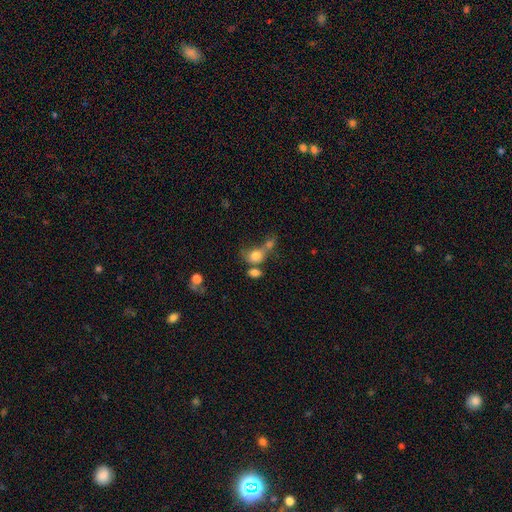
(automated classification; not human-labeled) smooth_or_featured: smooth (p=0.77) [alt: featured or disk p=0.12]
how_rounded: in between (p=0.57) [alt: round p=0.41]
merging: merger (p=0.49) [alt: none p=0.28]